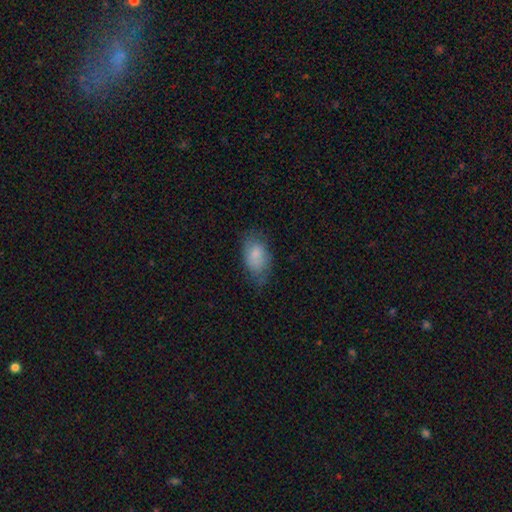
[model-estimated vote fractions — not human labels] Smooth or featured? smooth (81%)
How rounded? in between (91%)
Merging? none (62%)